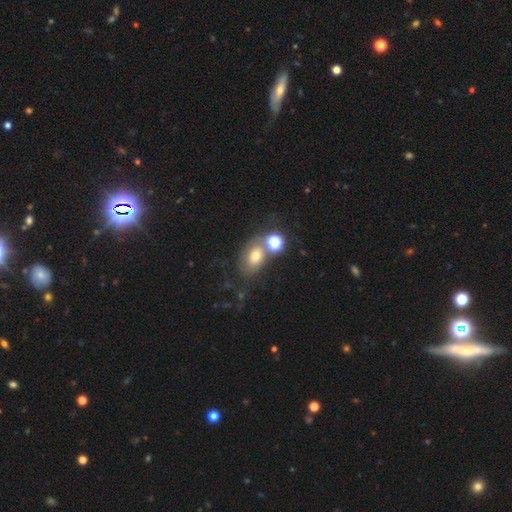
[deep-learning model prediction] Smooth or featured? Predicted: smooth (p=0.62). How rounded? Predicted: in between (p=0.73). Merging? Predicted: none (p=0.49).